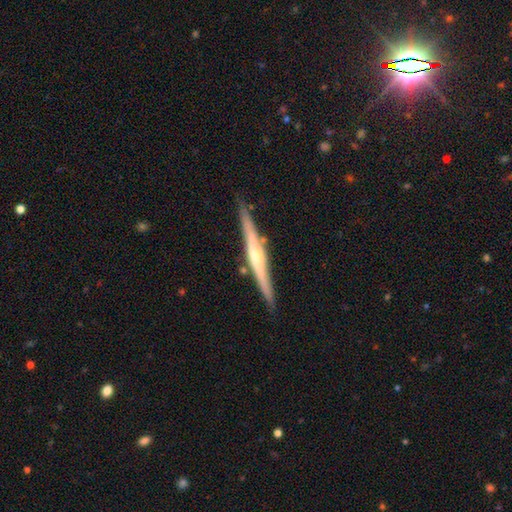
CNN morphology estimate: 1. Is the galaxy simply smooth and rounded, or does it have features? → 75% featured or disk, 19% smooth, 5% star or artifact.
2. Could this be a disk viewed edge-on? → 98% yes, 2% no.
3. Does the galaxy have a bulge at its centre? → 75% rounded, 16% none, 9% boxy.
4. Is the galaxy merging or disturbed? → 87% none, 9% minor disturbance, 2% merger, 2% major disturbance.